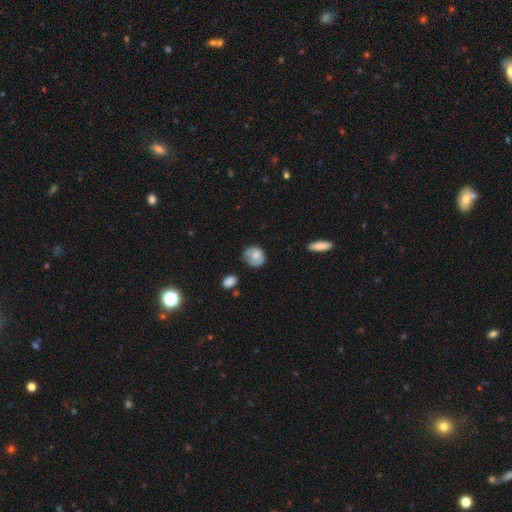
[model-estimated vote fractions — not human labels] A smooth galaxy with no disk features (73%) that is round (69%). Merging: none (58%).